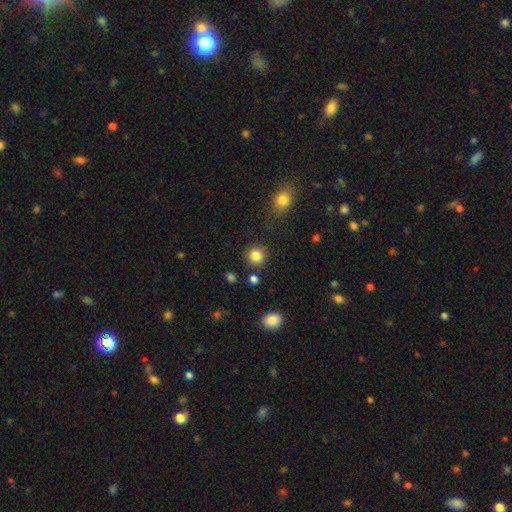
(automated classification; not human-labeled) Smooth or featured? smooth (85%)
How rounded? round (92%)
Merging? none (86%)